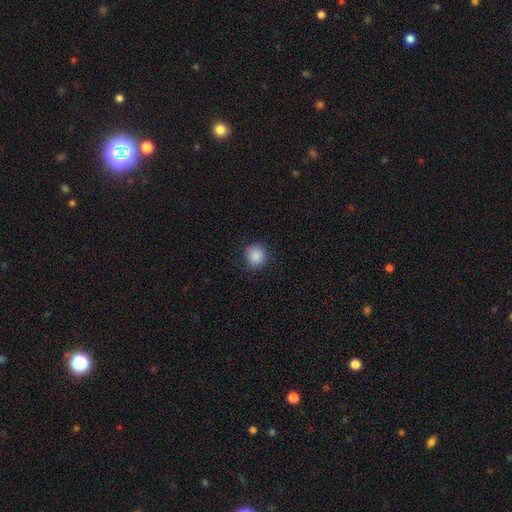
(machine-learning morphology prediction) type=smooth (88%); roundness=round (87%); merging=none (87%).